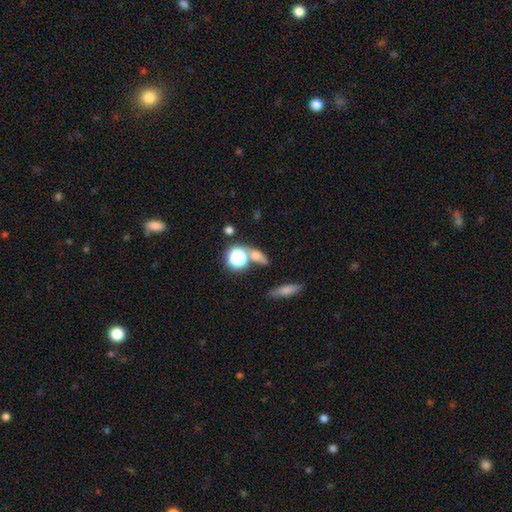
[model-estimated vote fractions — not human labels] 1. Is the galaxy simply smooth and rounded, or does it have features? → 59% smooth, 27% star or artifact, 15% featured or disk.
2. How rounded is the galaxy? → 47% round, 36% in between, 18% cigar-shaped.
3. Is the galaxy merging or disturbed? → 58% none, 25% merger, 11% minor disturbance, 6% major disturbance.